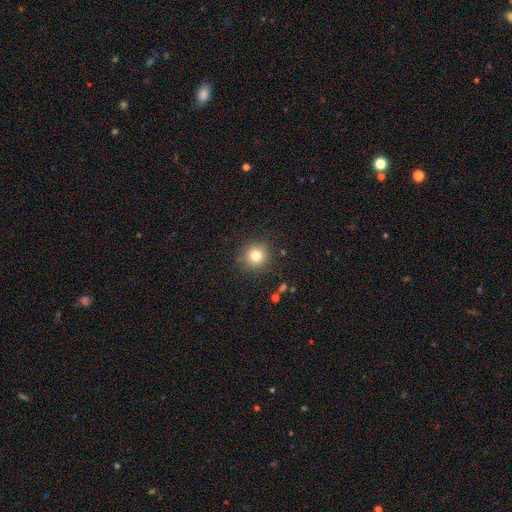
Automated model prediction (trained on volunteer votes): Overall: smooth (79%). How rounded: round (92%). Merging: none (88%).